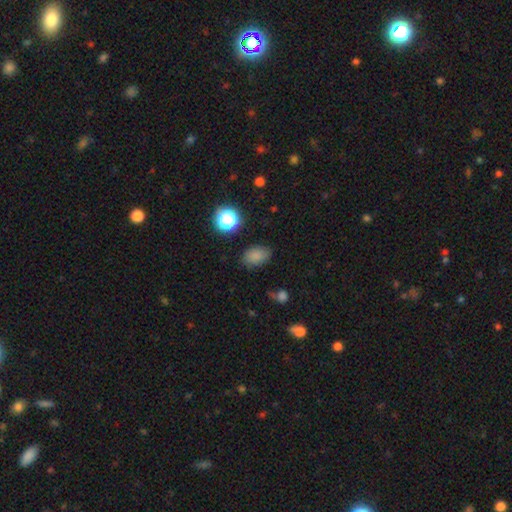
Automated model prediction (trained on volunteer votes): This appears to be a smooth galaxy with no disk features (80%) that is in between round and cigar-shaped (83%). Merging: none (78%).